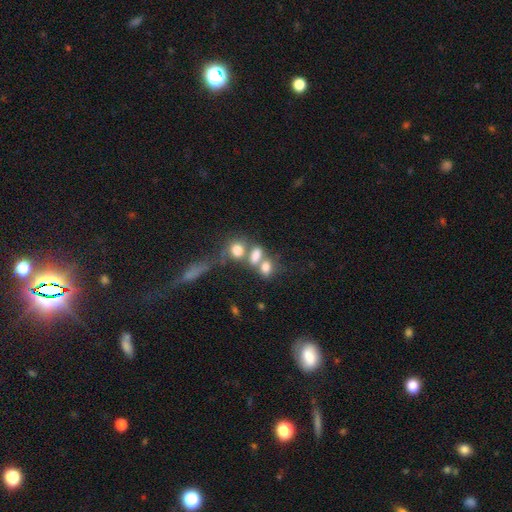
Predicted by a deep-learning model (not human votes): smooth 70%, featured or disk 16%, star or artifact 14%. Down the decision tree: how rounded — in between (64%); merging — merger (54%).